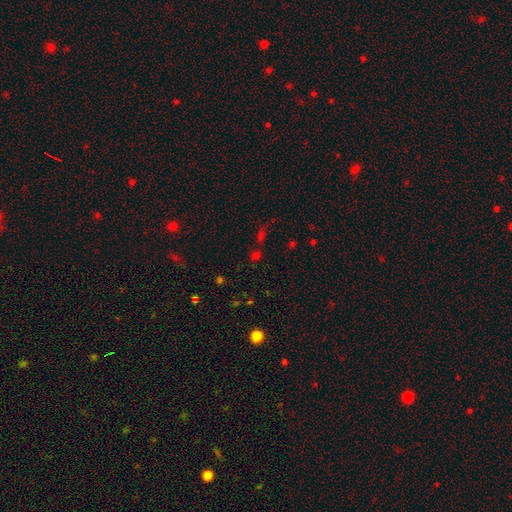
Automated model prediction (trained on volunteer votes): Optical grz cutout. It shows a star or artifact, not a galaxy (51%).